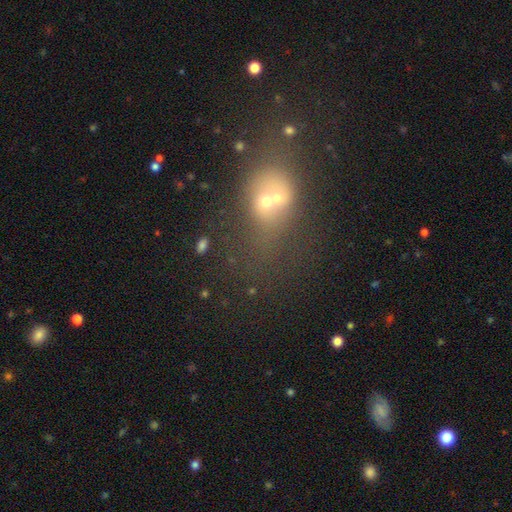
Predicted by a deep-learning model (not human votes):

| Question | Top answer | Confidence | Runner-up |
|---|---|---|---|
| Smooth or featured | smooth | 41% | star or artifact (31%) |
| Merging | none | 37% | merger (28%) |